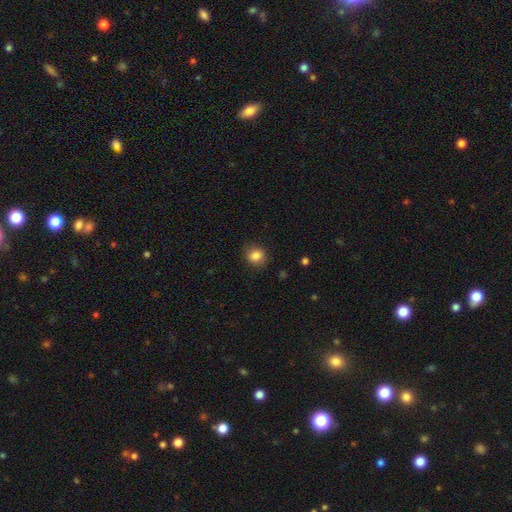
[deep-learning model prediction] This appears to be a smooth galaxy with no disk features (85%) that is round (72%). Merging: none (85%).